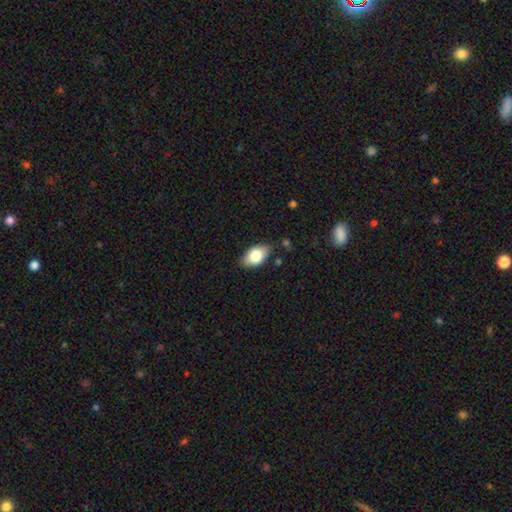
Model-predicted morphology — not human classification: Smooth or featured? smooth (78%)
How rounded? in between (91%)
Merging? none (79%)